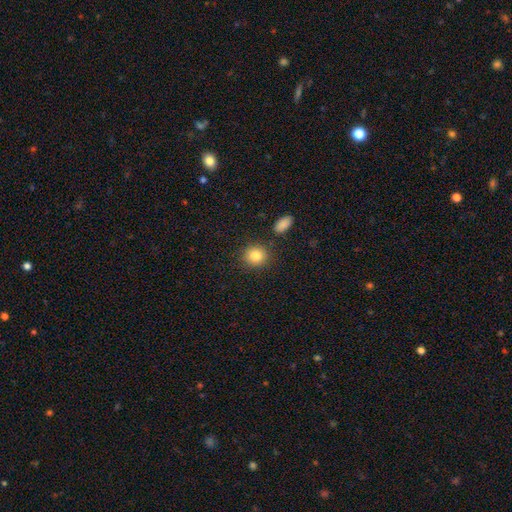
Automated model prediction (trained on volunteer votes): Smooth or featured? smooth (84%)
How rounded? round (81%)
Merging? none (85%)